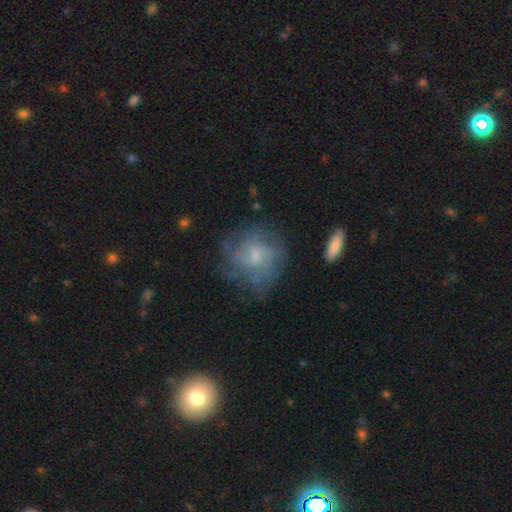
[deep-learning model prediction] A featured or disk galaxy (64%) with no bar (52%), spiral arms (79%) and a small central bulge (59%). Merging: none (64%).